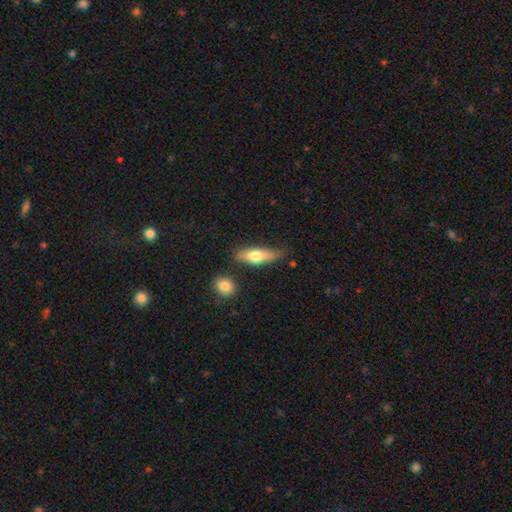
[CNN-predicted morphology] Smooth or featured?
  - smooth: 67% *
  - featured or disk: 27%
  - star or artifact: 6%
How rounded?
  - in between: 55% *
  - cigar-shaped: 42%
  - round: 3%
Merging?
  - none: 65% *
  - minor disturbance: 23%
  - merger: 6%
  - major disturbance: 5%